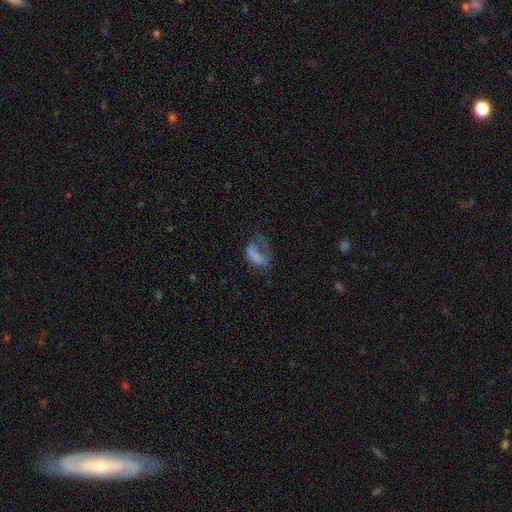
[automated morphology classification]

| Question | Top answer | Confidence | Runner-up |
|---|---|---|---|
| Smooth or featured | smooth | 55% | featured or disk (33%) |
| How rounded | in between | 85% | round (12%) |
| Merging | major disturbance | 55% | none (22%) |